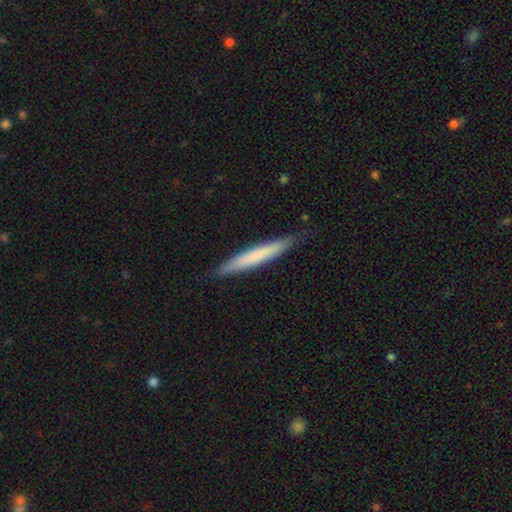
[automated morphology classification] Smooth or featured? Predicted: smooth (p=0.66). How rounded? Predicted: cigar-shaped (p=0.96). Merging? Predicted: none (p=0.87).